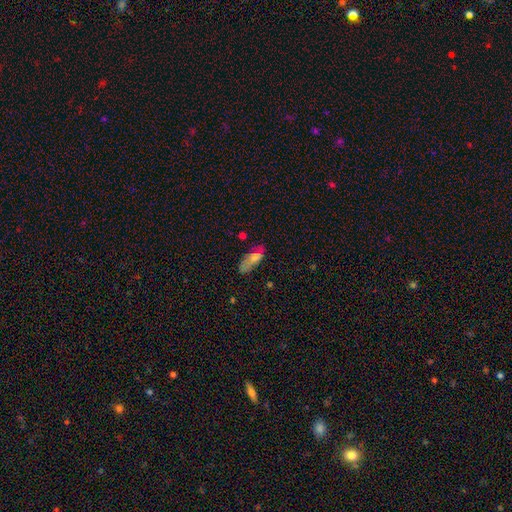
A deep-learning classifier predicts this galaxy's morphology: Smooth or featured?
  - smooth: 59% *
  - featured or disk: 31%
  - star or artifact: 10%
How rounded?
  - in between: 72% *
  - cigar-shaped: 25%
  - round: 3%
Merging?
  - none: 56% *
  - minor disturbance: 28%
  - major disturbance: 13%
  - merger: 4%